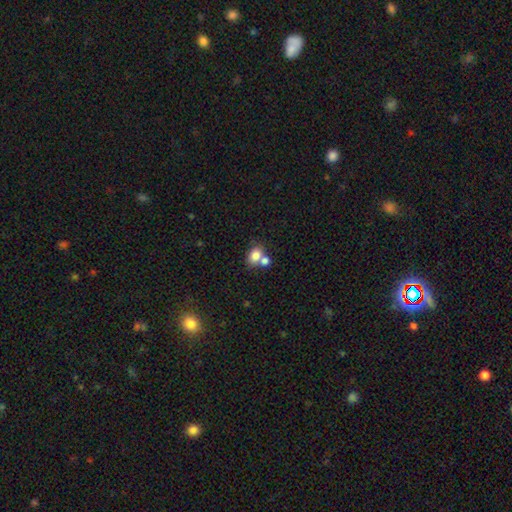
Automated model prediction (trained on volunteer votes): smooth 80%, featured or disk 10%, star or artifact 10%. Down the decision tree: how rounded — in between (61%); merging — merger (45%).